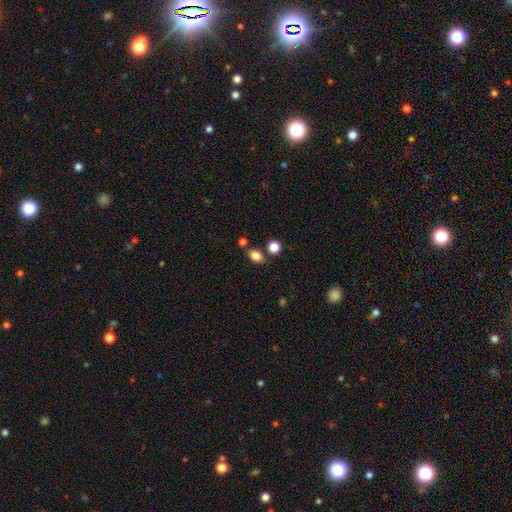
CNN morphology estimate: A smooth galaxy with no disk features (83%) that is in between round and cigar-shaped (63%). Merging: none (73%).